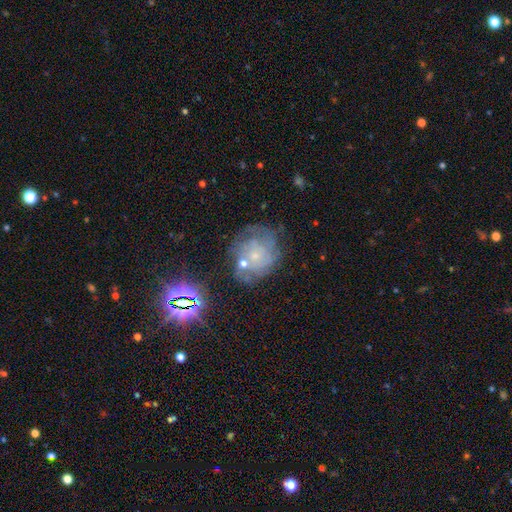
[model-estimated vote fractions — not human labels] featured or disk 60%, smooth 21%, star or artifact 18%. Down the decision tree: edge-on disk — no (97%); bar — no (82%); spiral arms — yes (76%); bulge size — small (71%); merging — none (54%).